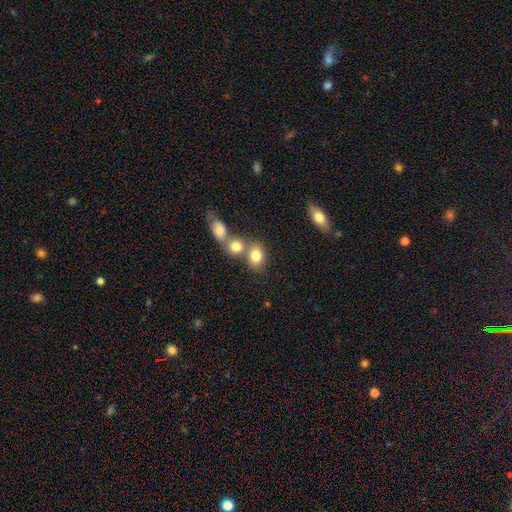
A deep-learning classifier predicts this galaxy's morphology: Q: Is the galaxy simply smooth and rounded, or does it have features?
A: smooth — 81%.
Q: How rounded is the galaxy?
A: in between — 57%.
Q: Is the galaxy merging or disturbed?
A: none — 45%.